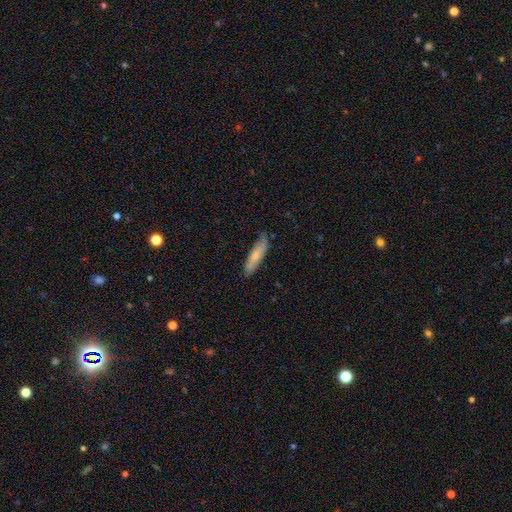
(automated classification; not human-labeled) Q: Smooth or featured?
A: smooth (69%); runner-up: featured or disk (25%)
Q: How rounded?
A: cigar-shaped (75%); runner-up: in between (24%)
Q: Merging?
A: none (78%); runner-up: minor disturbance (18%)